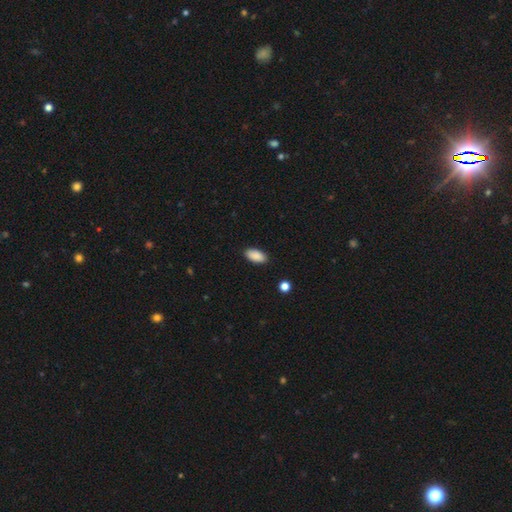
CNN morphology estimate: Overall: smooth (90%). How rounded: in between (93%). Merging: none (89%).